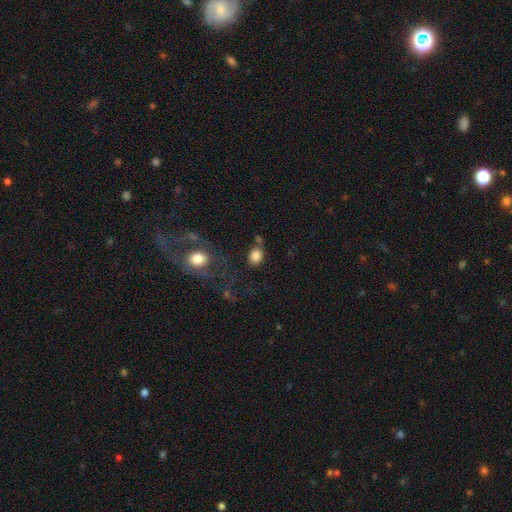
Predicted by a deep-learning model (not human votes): smooth 84%, star or artifact 9%, featured or disk 7%. Down the decision tree: how rounded — round (53%); merging — none (68%).